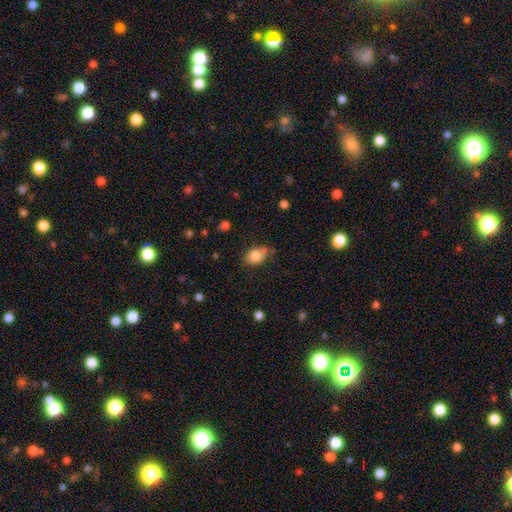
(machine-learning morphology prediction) smooth-or-featured: smooth: 80% | featured or disk: 12% | star or artifact: 9%
  how-rounded: in between: 71% | round: 28% | cigar-shaped: 1%
  merging: none: 61% | minor disturbance: 28% | major disturbance: 7% | merger: 5%